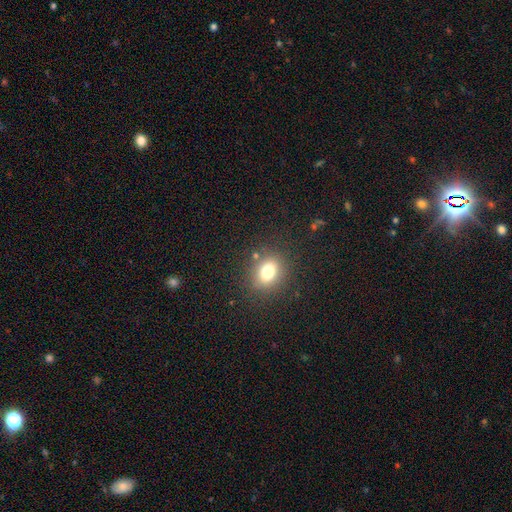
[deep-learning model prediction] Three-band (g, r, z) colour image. It shows a smooth galaxy with no disk features (76%) that is in between round and cigar-shaped (52%). Merging: none (86%).